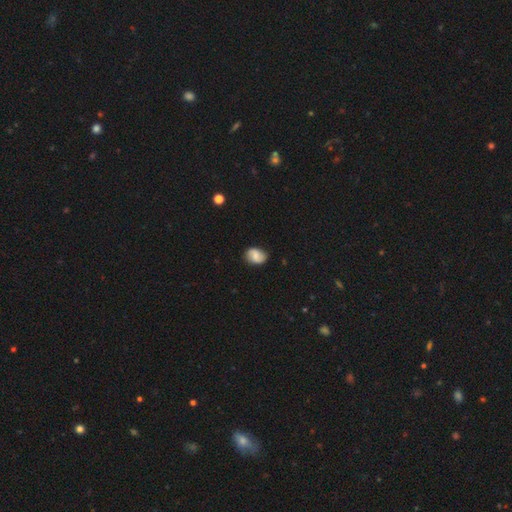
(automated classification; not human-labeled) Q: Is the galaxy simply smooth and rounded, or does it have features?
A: smooth — 54%.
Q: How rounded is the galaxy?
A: in between — 69%.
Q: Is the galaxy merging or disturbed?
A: none — 79%.